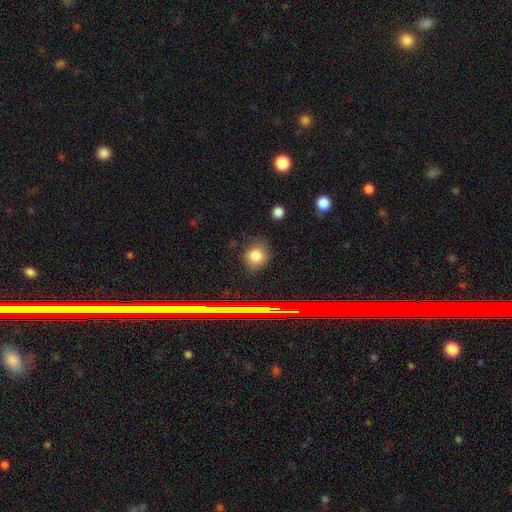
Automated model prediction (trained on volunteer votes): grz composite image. It shows a smooth galaxy with no disk features (78%) that is round (62%). Merging: none (77%).